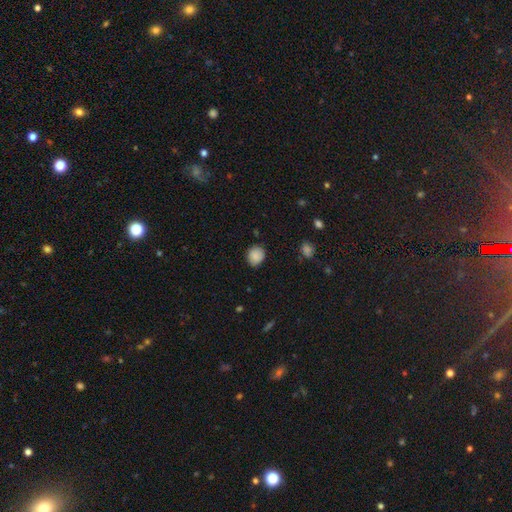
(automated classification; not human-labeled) smooth 87%, star or artifact 9%, featured or disk 4%. Down the decision tree: how rounded — round (69%); merging — none (79%).